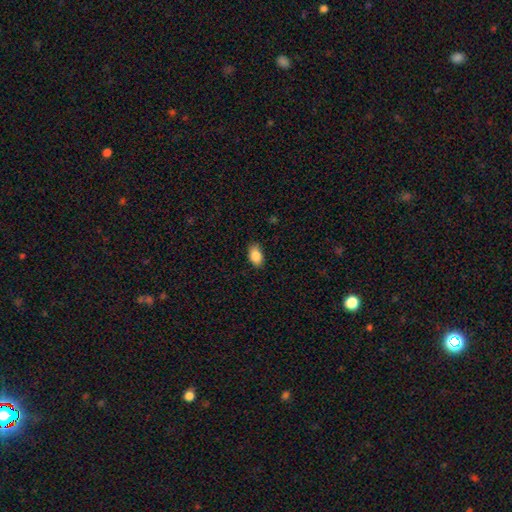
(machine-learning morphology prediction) smooth_or_featured: smooth (p=0.88) [alt: star or artifact p=0.08]
how_rounded: in between (p=0.90) [alt: round p=0.08]
merging: none (p=0.83) [alt: minor disturbance p=0.13]